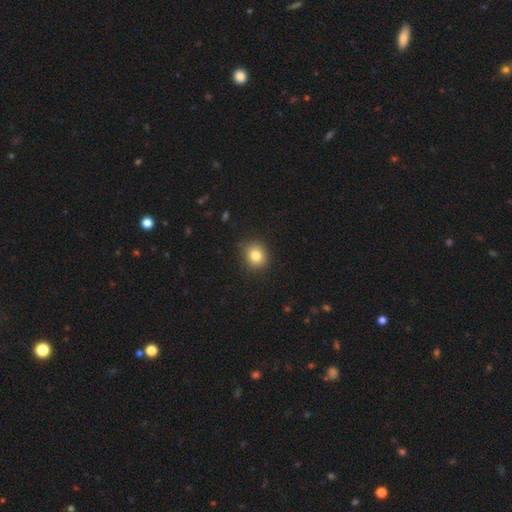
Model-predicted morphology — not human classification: Q: Smooth or featured?
A: smooth (81%); runner-up: star or artifact (11%)
Q: How rounded?
A: round (74%); runner-up: in between (25%)
Q: Merging?
A: none (84%); runner-up: minor disturbance (13%)